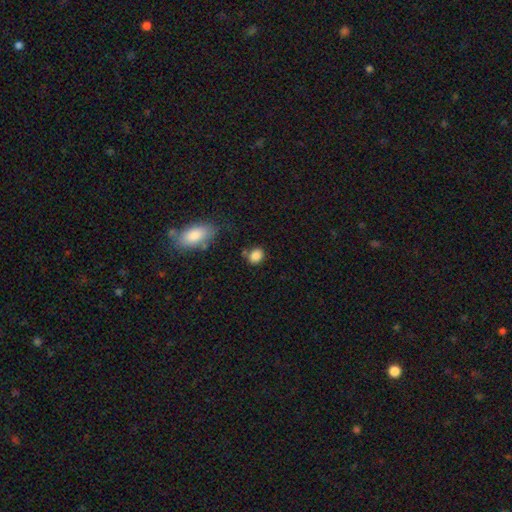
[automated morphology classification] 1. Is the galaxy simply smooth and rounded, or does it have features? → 85% smooth, 9% star or artifact, 5% featured or disk.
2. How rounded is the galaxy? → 51% in between, 48% round, 1% cigar-shaped.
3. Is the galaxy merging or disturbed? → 70% none, 18% minor disturbance, 8% merger, 5% major disturbance.